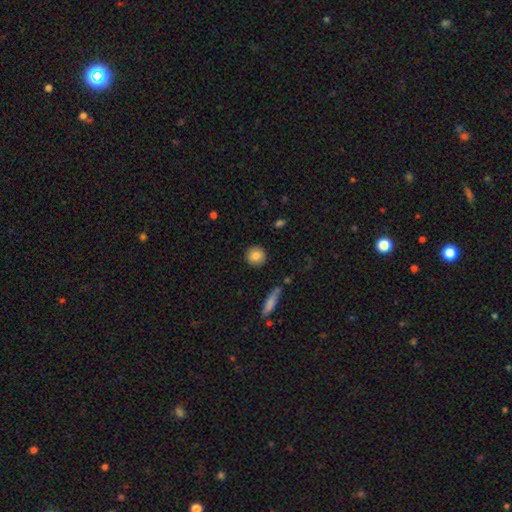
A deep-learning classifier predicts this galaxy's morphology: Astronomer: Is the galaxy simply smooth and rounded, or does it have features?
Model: smooth — 84%.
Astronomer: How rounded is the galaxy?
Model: round — 91%.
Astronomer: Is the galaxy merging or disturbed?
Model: none — 90%.